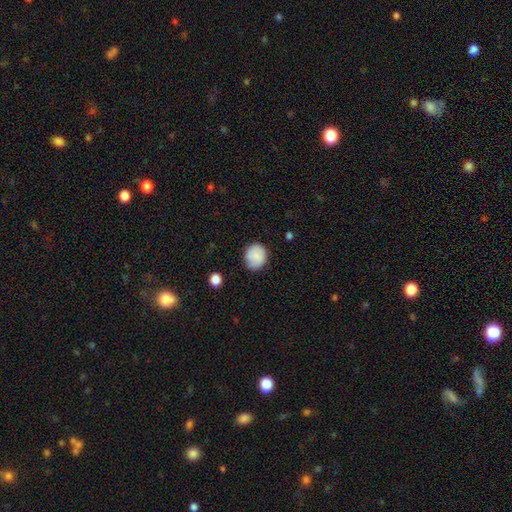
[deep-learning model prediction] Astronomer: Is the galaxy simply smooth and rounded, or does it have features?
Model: smooth — 84%.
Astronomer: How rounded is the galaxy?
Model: round — 76%.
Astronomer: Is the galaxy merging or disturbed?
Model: none — 80%.